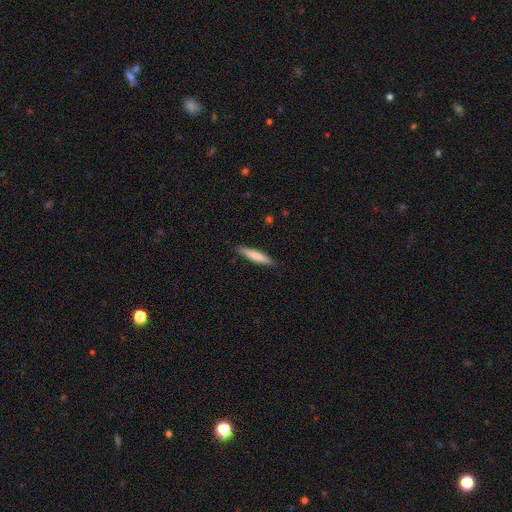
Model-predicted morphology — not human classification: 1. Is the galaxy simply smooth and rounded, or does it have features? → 71% smooth, 24% featured or disk, 5% star or artifact.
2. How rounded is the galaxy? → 89% cigar-shaped, 10% in between, 1% round.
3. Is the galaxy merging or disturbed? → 90% none, 8% minor disturbance, 2% major disturbance, 1% merger.